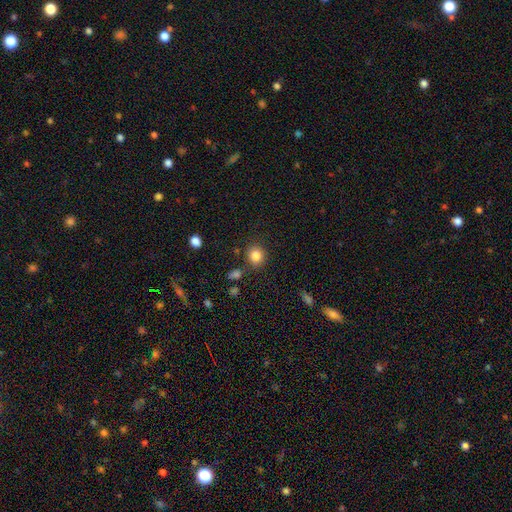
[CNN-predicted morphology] A smooth galaxy with no disk features (84%) that is round (84%). Merging: none (84%).